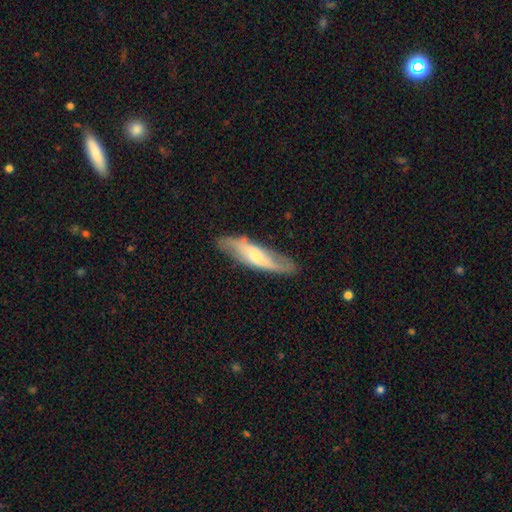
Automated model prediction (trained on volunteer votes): Overall: featured or disk (57%; smooth 37%). Edge-on disk: no (66%; yes 34%). Merging: none (77%).